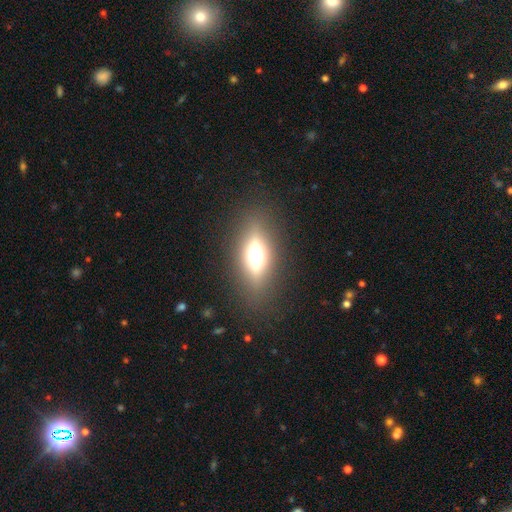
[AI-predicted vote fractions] Smooth or featured?
  - featured or disk: 52% *
  - smooth: 32%
  - star or artifact: 17%
Edge-on disk?
  - yes: 83% *
  - no: 17%
Merging?
  - none: 85% *
  - minor disturbance: 9%
  - major disturbance: 5%
  - merger: 1%